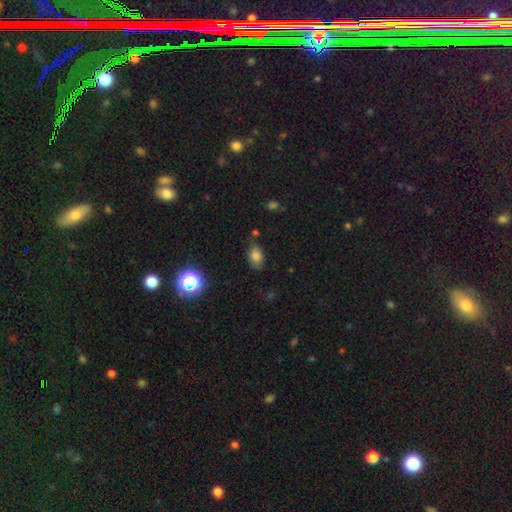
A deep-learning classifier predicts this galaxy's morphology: smooth-or-featured: smooth: 79% | star or artifact: 13% | featured or disk: 7%
  how-rounded: in between: 84% | round: 15% | cigar-shaped: 2%
  merging: none: 75% | minor disturbance: 17% | major disturbance: 4% | merger: 4%